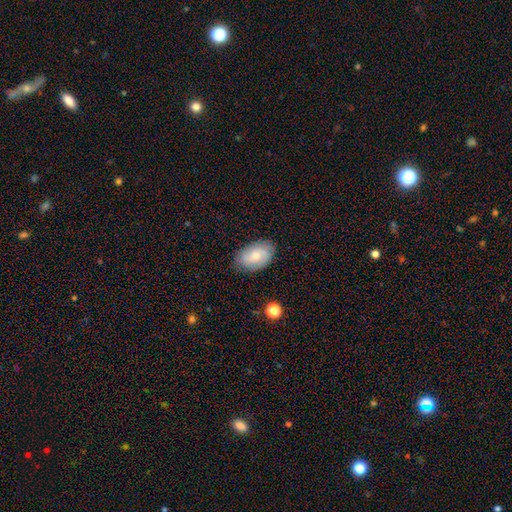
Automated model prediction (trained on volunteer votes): Overall: smooth (54%; featured or disk 38%). How rounded: in between (91%). Merging: none (81%).